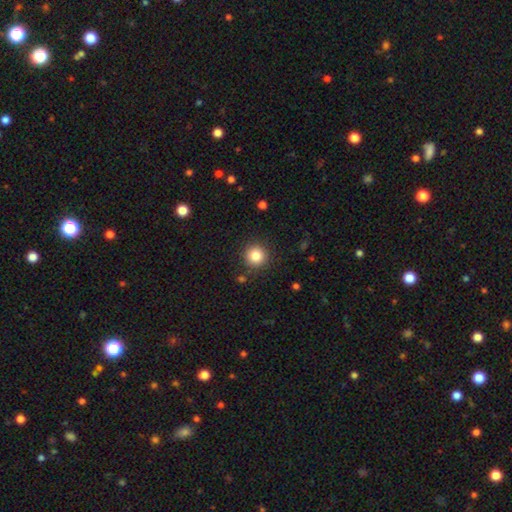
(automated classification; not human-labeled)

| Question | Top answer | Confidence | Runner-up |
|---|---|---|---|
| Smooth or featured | smooth | 83% | star or artifact (11%) |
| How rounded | round | 95% | in between (4%) |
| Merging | none | 89% | minor disturbance (7%) |